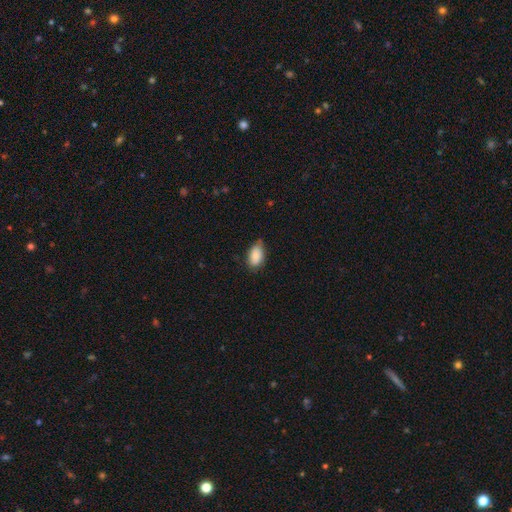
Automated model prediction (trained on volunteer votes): This is clearly a smooth galaxy (85%). How rounded: clearly in between (92%). Merging: likely none (62%).